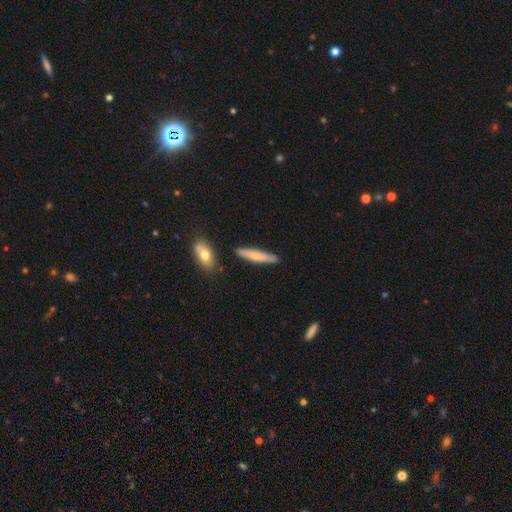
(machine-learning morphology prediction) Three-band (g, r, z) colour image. It shows a smooth galaxy with no disk features (66%) that is cigar-shaped (89%). Merging: none (83%).